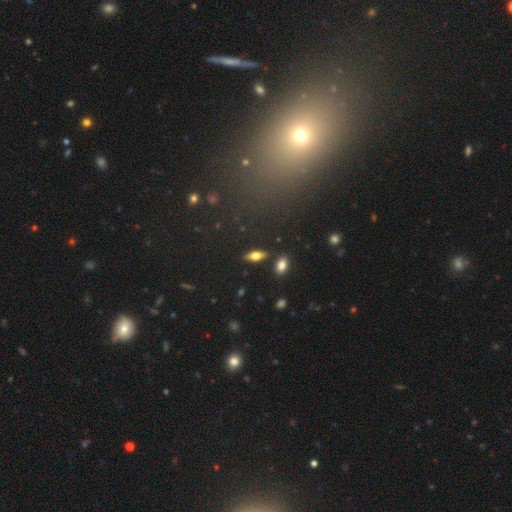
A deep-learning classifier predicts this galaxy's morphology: A smooth galaxy with no disk features (65%) that is in between round and cigar-shaped (75%).

Vote fractions:
- Smooth or featured? smooth: 65% / featured or disk: 26% / star or artifact: 9%
- How rounded? in between: 75% / cigar-shaped: 21% / round: 4%
- Merging? none: 82% / minor disturbance: 9% / merger: 6% / major disturbance: 3%